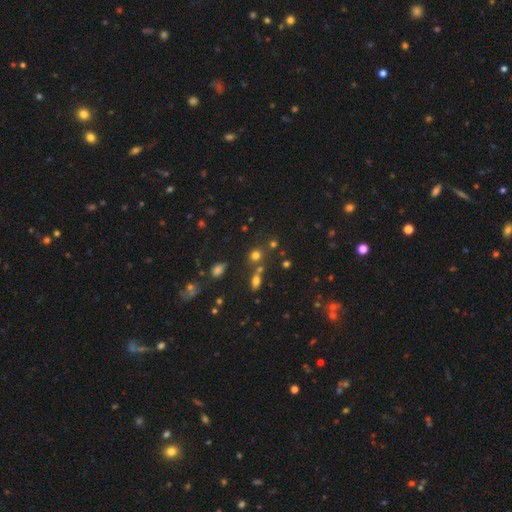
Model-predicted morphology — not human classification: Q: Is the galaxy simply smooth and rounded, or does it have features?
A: smooth — 68%.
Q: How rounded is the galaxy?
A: round — 84%.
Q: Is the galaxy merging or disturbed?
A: none — 65%.